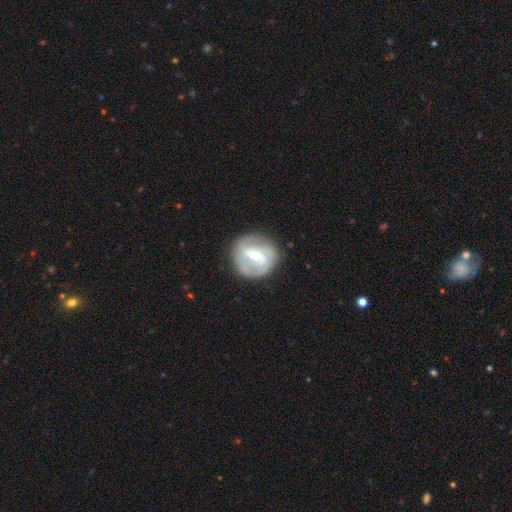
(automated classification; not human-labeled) Smooth or featured? featured or disk (77%)
Edge-on disk? no (97%)
Bar? weak (48%)
Spiral arms? yes (87%)
Spiral winding? tight (48%)
Spiral arm count? 2 (57%)
Bulge size? small (50%)
Merging? none (77%)